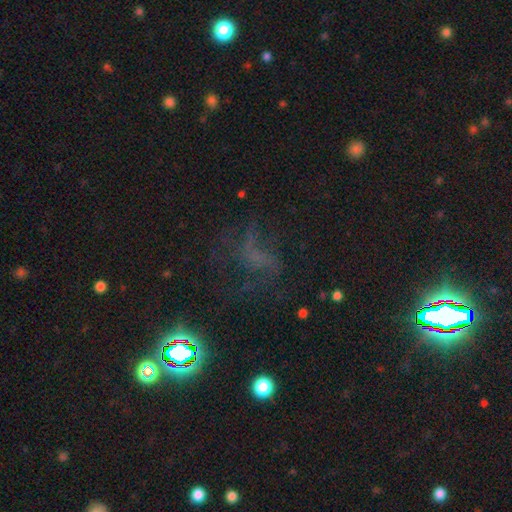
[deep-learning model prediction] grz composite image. It shows a star or artifact, not a galaxy (44%).